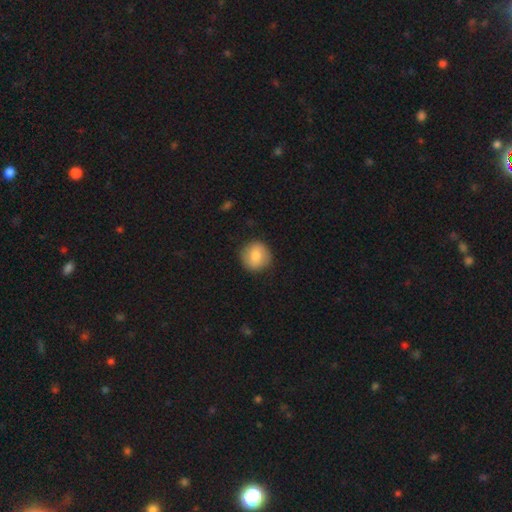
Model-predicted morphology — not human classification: Overall: smooth (81%). How rounded: round (92%). Merging: none (89%).